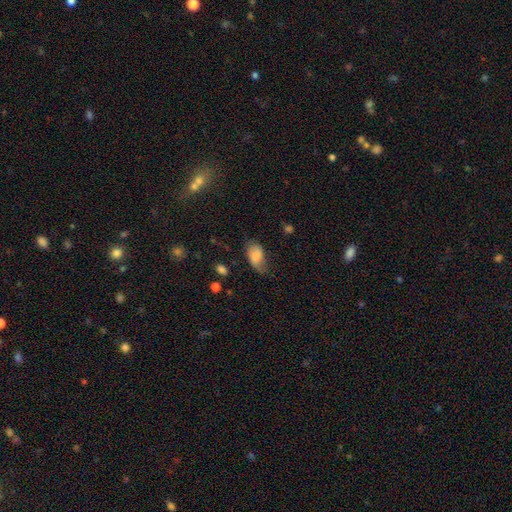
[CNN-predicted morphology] smooth_or_featured: smooth (p=0.77) [alt: featured or disk p=0.15]
how_rounded: in between (p=0.91) [alt: round p=0.08]
merging: none (p=0.46) [alt: minor disturbance p=0.37]